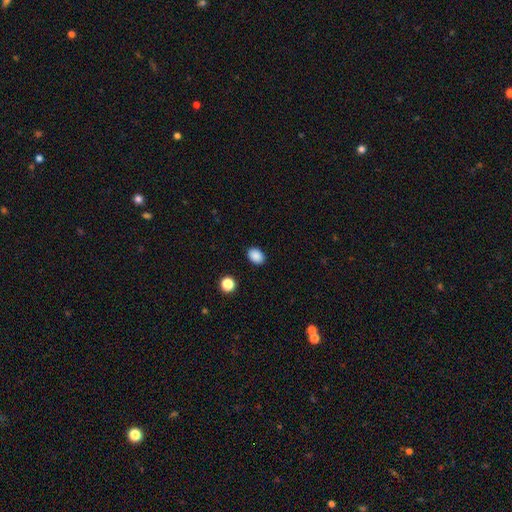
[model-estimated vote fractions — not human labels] This appears to be a smooth galaxy with no disk features (88%) that is in between round and cigar-shaped (77%). Merging: none (90%).